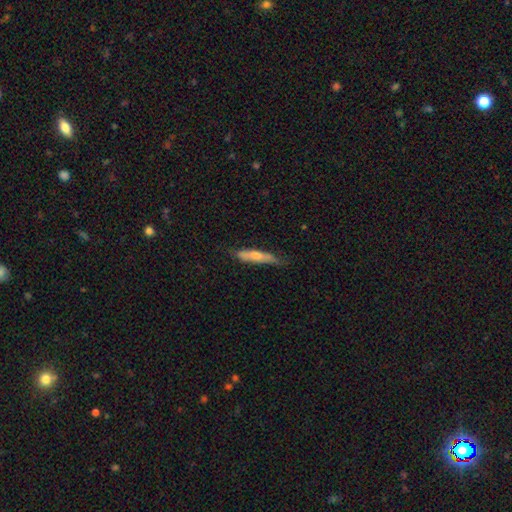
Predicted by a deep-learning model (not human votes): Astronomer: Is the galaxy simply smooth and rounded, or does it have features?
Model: smooth — 64%.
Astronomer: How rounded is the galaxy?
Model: cigar-shaped — 85%.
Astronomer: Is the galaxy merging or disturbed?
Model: none — 68%.